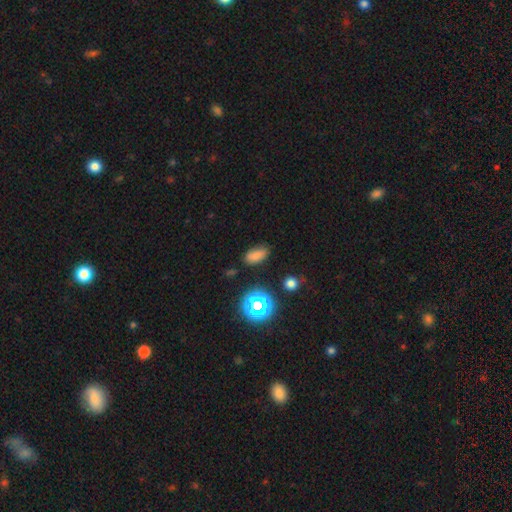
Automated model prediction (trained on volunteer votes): smooth_or_featured: smooth (p=0.74) [alt: star or artifact p=0.19]
how_rounded: in between (p=0.88) [alt: round p=0.07]
merging: none (p=0.80) [alt: minor disturbance p=0.14]